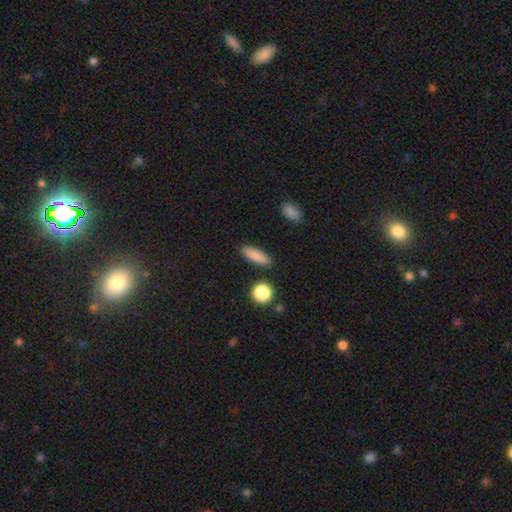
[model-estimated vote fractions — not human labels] This is clearly a smooth galaxy (84%). How rounded: possibly in between (49%). Merging: clearly none (88%).